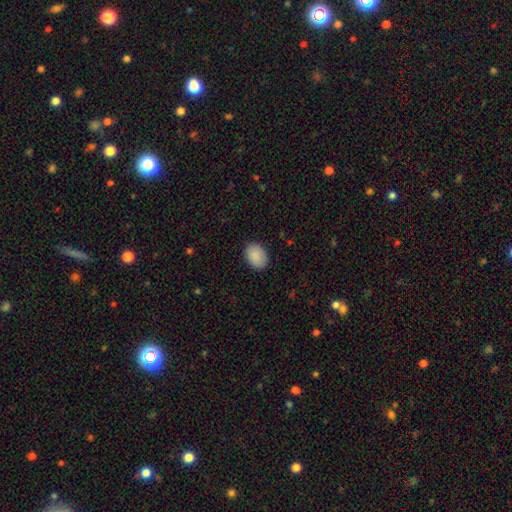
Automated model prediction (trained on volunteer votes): Smooth or featured? smooth (90%)
How rounded? in between (75%)
Merging? none (88%)